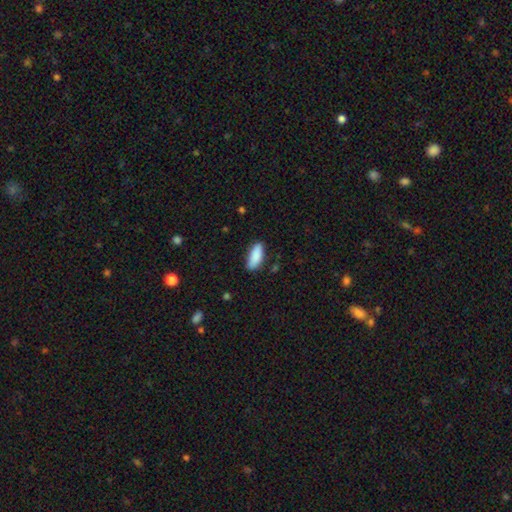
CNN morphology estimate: Smooth or featured?
  - smooth: 89% *
  - star or artifact: 6%
  - featured or disk: 5%
How rounded?
  - in between: 76% *
  - cigar-shaped: 22%
  - round: 2%
Merging?
  - none: 83% *
  - minor disturbance: 13%
  - major disturbance: 2%
  - merger: 1%